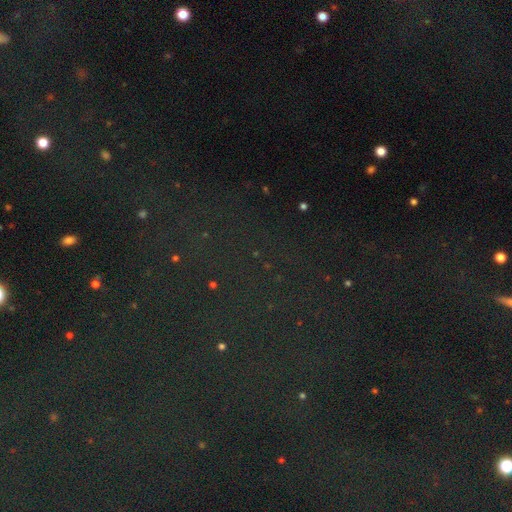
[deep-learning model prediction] Q: Smooth or featured?
A: star or artifact (82%); runner-up: smooth (10%)